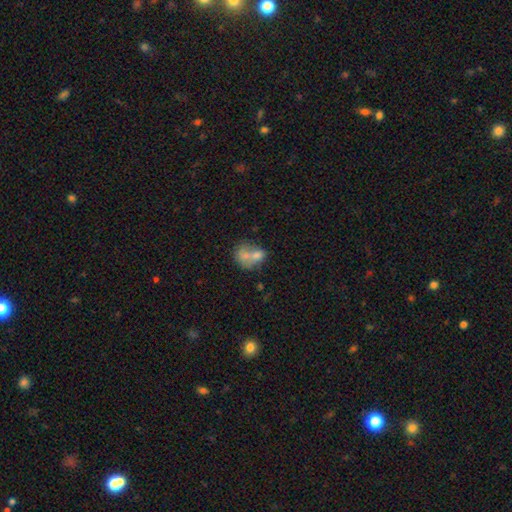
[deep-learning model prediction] The model was most divided on "how rounded": in between: 52%, round: 46%, cigar-shaped: 1%. More confident: smooth or featured — smooth (65%); merging — merger (63%).